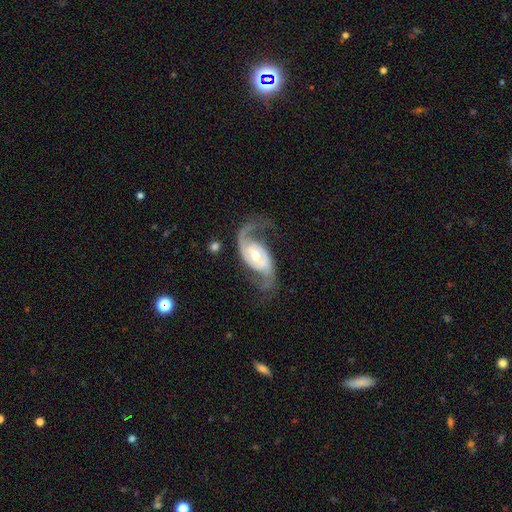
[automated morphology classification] smooth-or-featured: featured or disk: 91% | smooth: 5% | star or artifact: 4%
  disk-edge-on: no: 97% | yes: 3%
    bar: no: 50% | weak: 36% | strong: 14%
    has-spiral-arms: yes: 97% | no: 3%
      spiral-winding: medium: 45% | loose: 42% | tight: 14%
      spiral-arm-count: 2: 90% | 1: 4% | can't tell: 2% | 3: 1% | 4: 1% | more than 4: 1%
    bulge-size: moderate: 60% | small: 32% | large: 5% | none: 1% | dominant: 1%
  merging: none: 66% | minor disturbance: 16% | major disturbance: 16% | merger: 2%